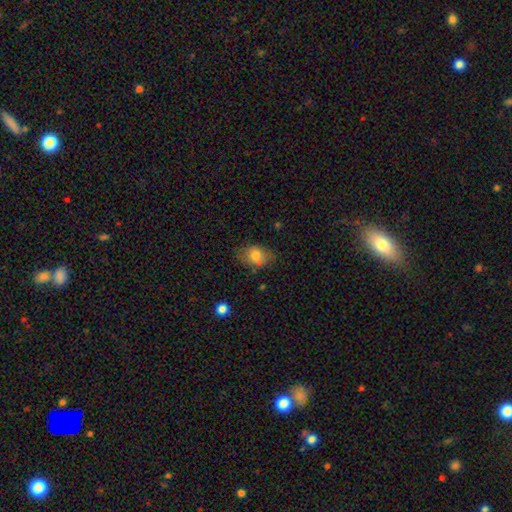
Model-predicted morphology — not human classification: The model was most divided on "merging": none: 70%, minor disturbance: 22%, major disturbance: 6%, merger: 2%. More confident: smooth or featured — smooth (77%); how rounded — in between (76%).